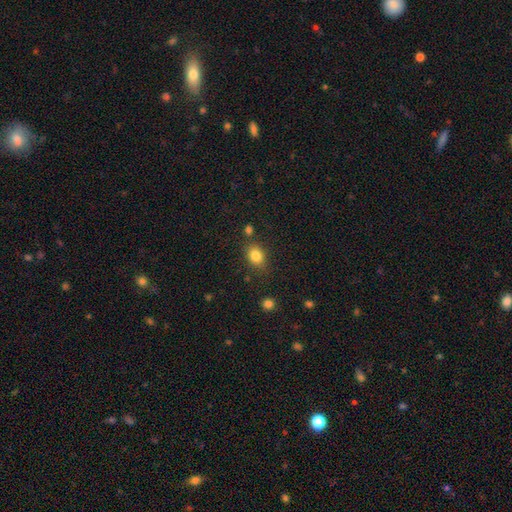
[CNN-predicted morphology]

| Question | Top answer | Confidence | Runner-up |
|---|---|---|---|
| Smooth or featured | smooth | 83% | star or artifact (10%) |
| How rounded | in between | 63% | round (35%) |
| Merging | none | 76% | minor disturbance (14%) |